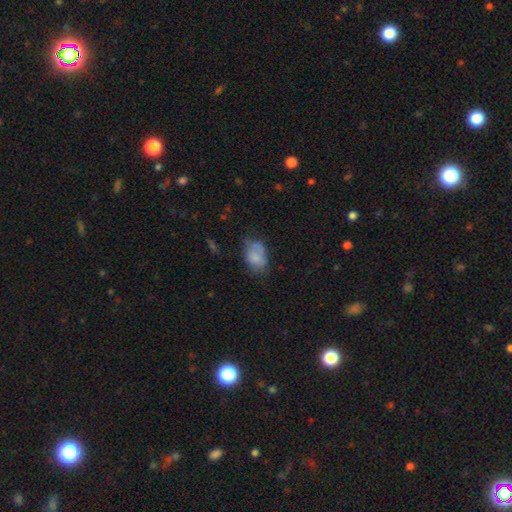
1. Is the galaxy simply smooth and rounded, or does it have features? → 72% smooth, 23% featured or disk, 5% star or artifact.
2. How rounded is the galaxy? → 96% in between, 4% round, 0% cigar-shaped.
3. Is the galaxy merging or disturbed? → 41% major disturbance, 32% none, 27% minor disturbance, 0% merger.